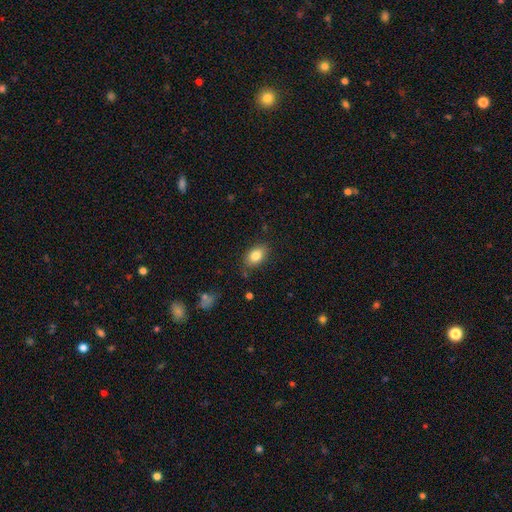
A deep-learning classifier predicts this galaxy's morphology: Overall: smooth (83%). How rounded: in between (83%). Merging: none (82%).